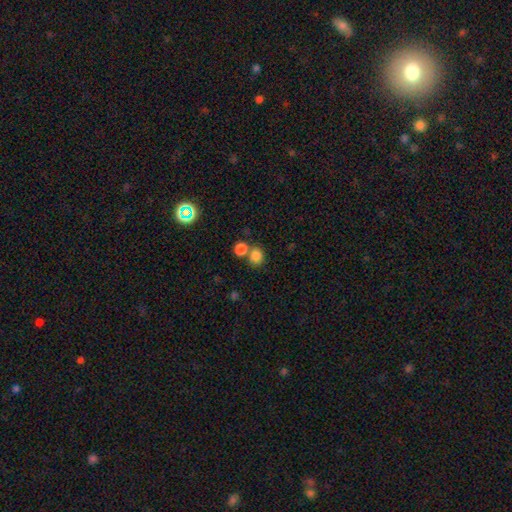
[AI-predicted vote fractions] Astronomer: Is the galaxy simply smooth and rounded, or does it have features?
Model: smooth — 82%.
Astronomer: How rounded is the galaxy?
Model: round — 72%.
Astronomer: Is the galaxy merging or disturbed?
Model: none — 55% (runner-up: merger, 33%).